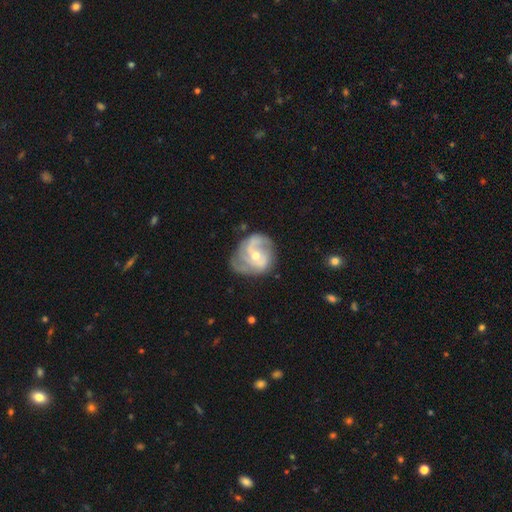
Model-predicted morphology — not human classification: This appears to be a featured or disk galaxy (81%) with no bar (50%), 2 (52%) medium (45%) spiral arms (91%) and a moderate central bulge (49%). Merging: none (56%).